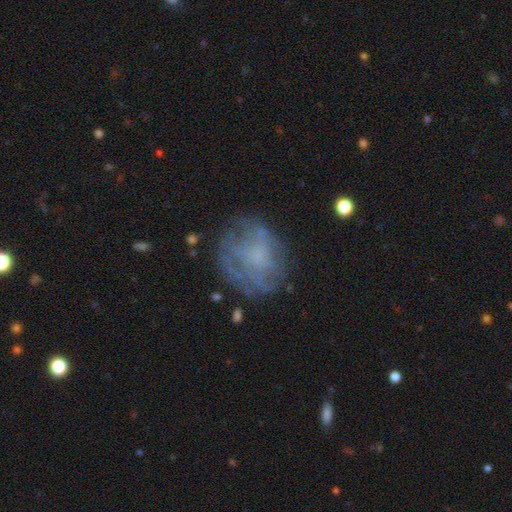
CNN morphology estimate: smooth_or_featured: featured or disk (p=0.54) [alt: smooth p=0.34]
disk_edge_on: no (p=0.97) [alt: yes p=0.03]
bar: no (p=0.83) [alt: weak p=0.14]
has_spiral_arms: no (p=0.61) [alt: yes p=0.39]
bulge_size: none (p=0.50) [alt: small p=0.26]
merging: none (p=0.62) [alt: minor disturbance p=0.20]